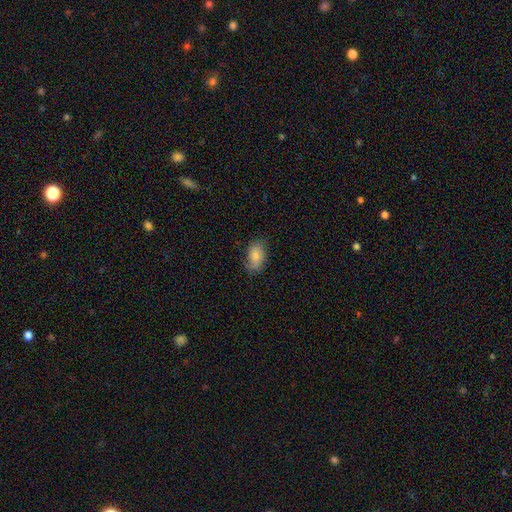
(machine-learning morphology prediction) This is likely a smooth galaxy (74%). How rounded: clearly in between (90%). Merging: likely none (66%).